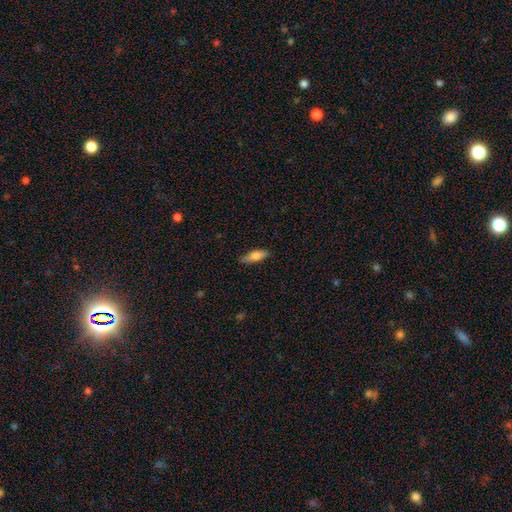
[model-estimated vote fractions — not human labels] Morphology: type=smooth (75%); roundness=in between (57%); merging=none (81%).